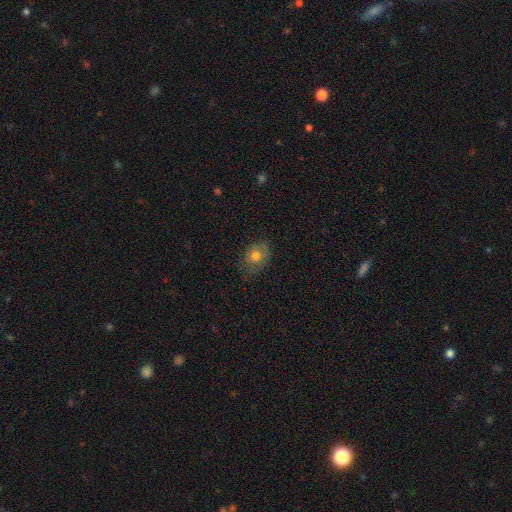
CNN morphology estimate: smooth 70%, featured or disk 20%, star or artifact 10%. Down the decision tree: how rounded — in between (58%); merging — none (67%).